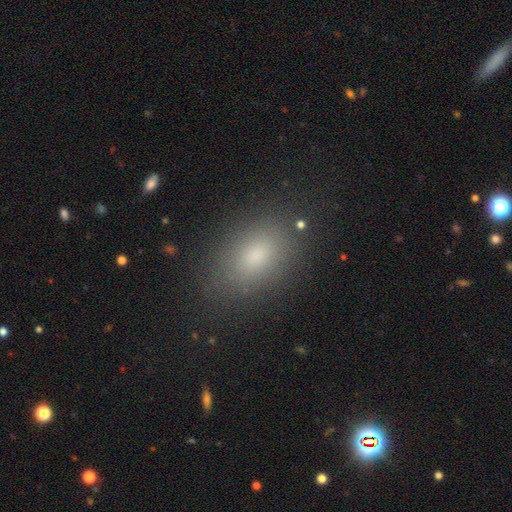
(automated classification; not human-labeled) A smooth galaxy with no disk features (79%) that is in between round and cigar-shaped (86%).

Vote fractions:
- Smooth or featured? smooth: 79% / star or artifact: 12% / featured or disk: 9%
- How rounded? in between: 86% / round: 11% / cigar-shaped: 2%
- Merging? none: 85% / minor disturbance: 10% / major disturbance: 3% / merger: 2%